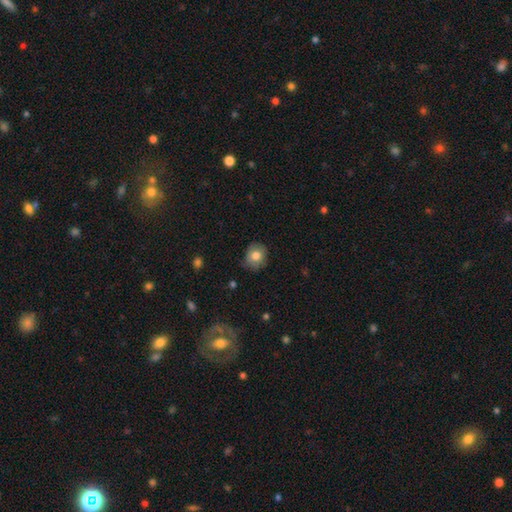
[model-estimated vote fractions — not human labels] Smooth or featured: smooth — 77% (featured or disk — 14%)
How rounded: round — 70% (in between — 29%)
Merging: none — 77% (minor disturbance — 19%)